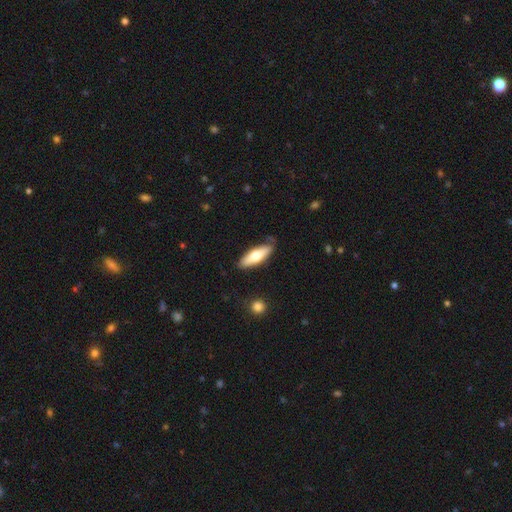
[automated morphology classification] Smooth or featured? Predicted: smooth (p=0.66). How rounded? Predicted: cigar-shaped (p=0.49, tied with in between). Merging? Predicted: none (p=0.81).